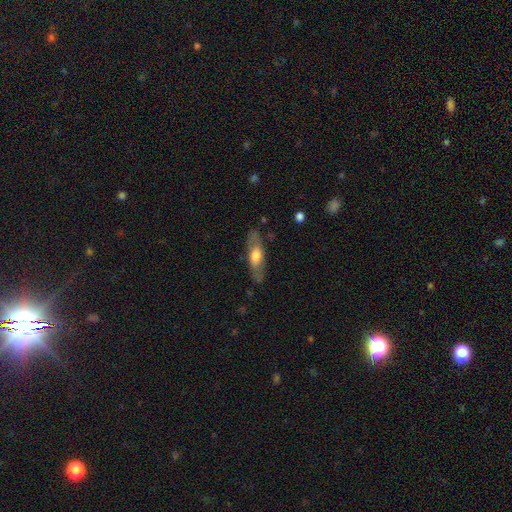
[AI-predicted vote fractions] The model was most divided on "smooth or featured": smooth: 48%, featured or disk: 46%, star or artifact: 6%. More confident: merging — none (78%).